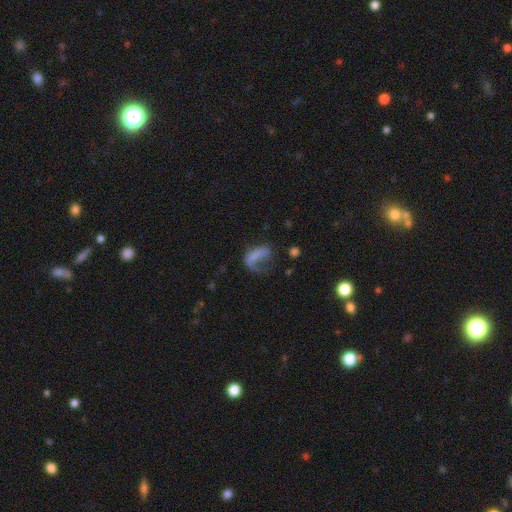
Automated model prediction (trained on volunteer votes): smooth_or_featured: smooth (p=0.51) [alt: featured or disk p=0.38]
how_rounded: in between (p=0.76) [alt: round p=0.13]
merging: major disturbance (p=0.57) [alt: none p=0.23]